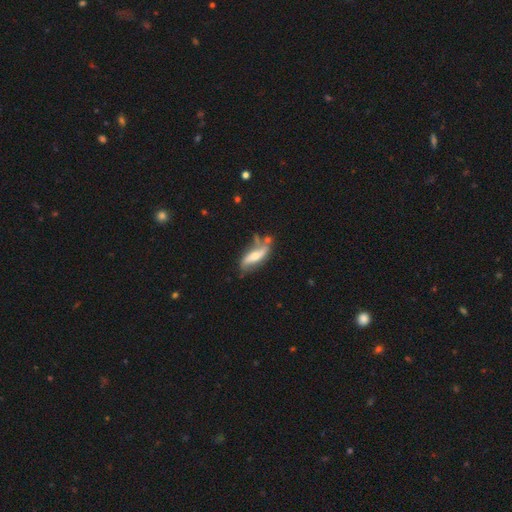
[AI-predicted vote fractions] featured or disk 61%, smooth 33%, star or artifact 6%. Down the decision tree: edge-on disk — no (63%); merging — none (52%).